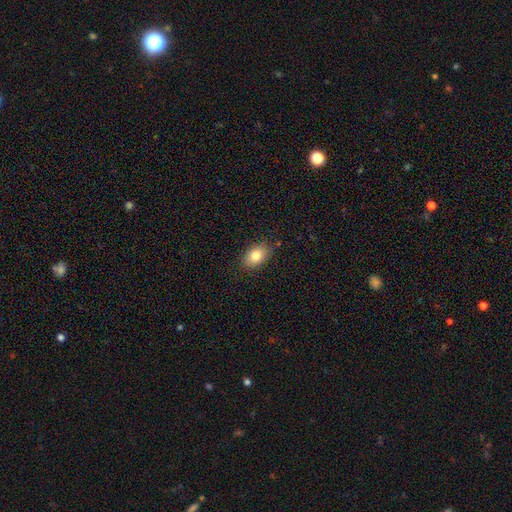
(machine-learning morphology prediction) Smooth or featured? smooth (82%)
How rounded? in between (86%)
Merging? none (86%)